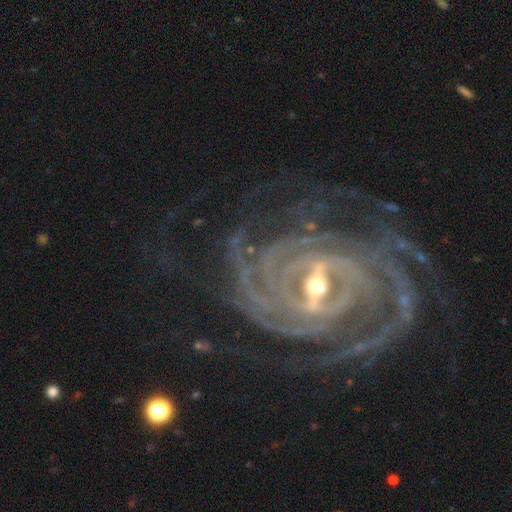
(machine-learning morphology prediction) featured or disk 92%, star or artifact 5%, smooth 3%. Down the decision tree: edge-on disk — no (97%); bar — strong (53%); spiral arms — yes (98%); spiral arm count — 4 (24%); spiral winding — tight (79%); bulge size — moderate (50%); merging — none (72%).